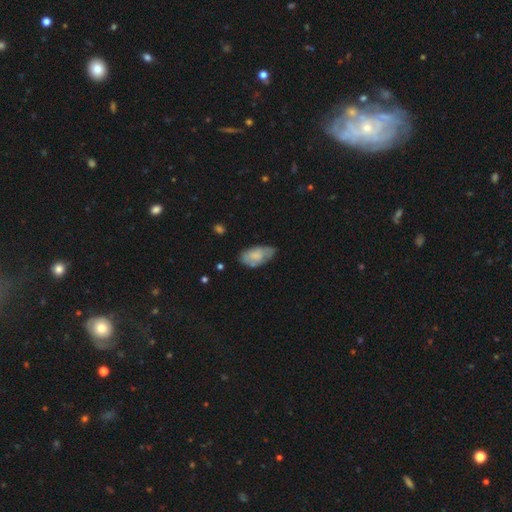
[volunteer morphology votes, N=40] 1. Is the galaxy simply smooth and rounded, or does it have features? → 57% smooth, 35% featured or disk, 8% star or artifact.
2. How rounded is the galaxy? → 100% in between, 0% round, 0% cigar-shaped.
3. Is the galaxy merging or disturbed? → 51% none, 38% minor disturbance, 8% major disturbance, 3% merger.